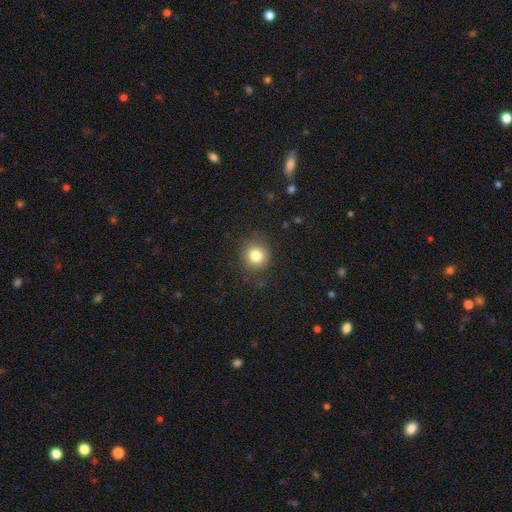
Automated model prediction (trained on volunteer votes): A smooth galaxy with no disk features (81%) that is round (91%).

Vote fractions:
- Smooth or featured? smooth: 81% / star or artifact: 12% / featured or disk: 7%
- How rounded? round: 91% / in between: 8% / cigar-shaped: 1%
- Merging? none: 87% / minor disturbance: 9% / major disturbance: 3% / merger: 1%